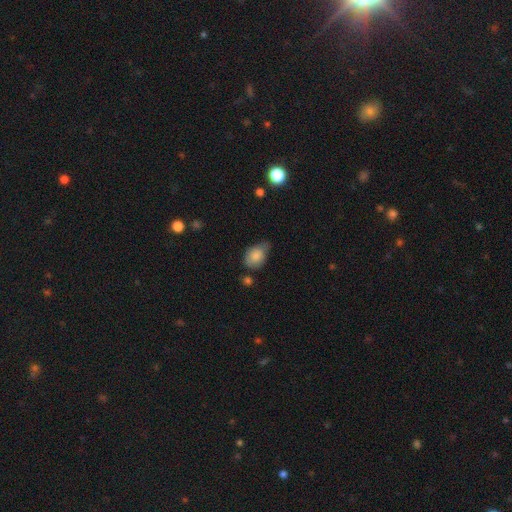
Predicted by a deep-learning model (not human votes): Smooth or featured? smooth (82%)
How rounded? in between (73%)
Merging? minor disturbance (45%)